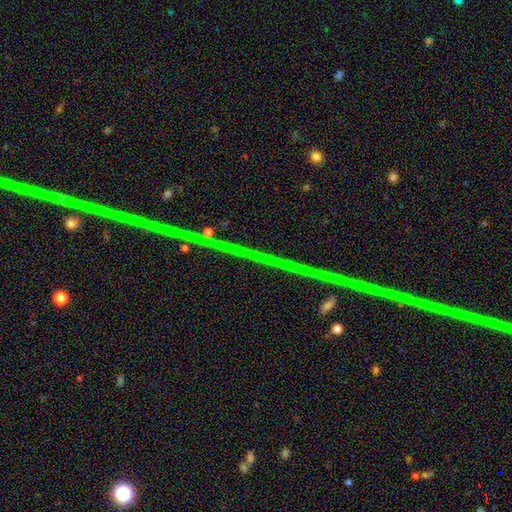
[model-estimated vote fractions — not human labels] A star or artifact, not a galaxy (80%).

Vote fractions:
- Smooth or featured? star or artifact: 80% / featured or disk: 13% / smooth: 7%